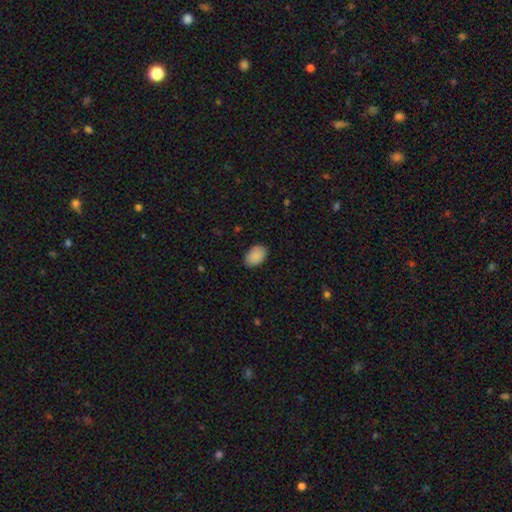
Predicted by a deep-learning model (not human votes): This appears to be a smooth galaxy with no disk features (89%) that is in between round and cigar-shaped (89%). Merging: none (84%).